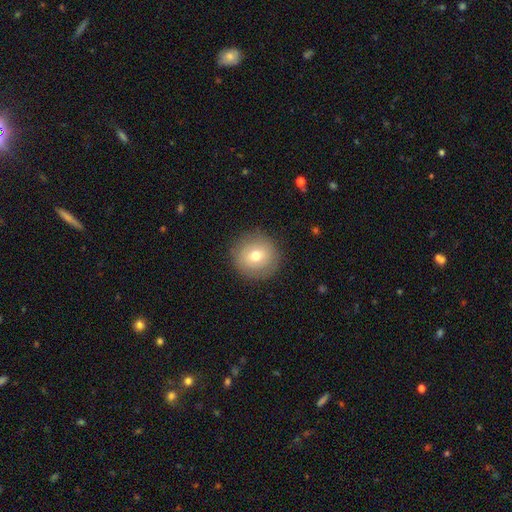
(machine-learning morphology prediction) This is likely a smooth galaxy (70%). How rounded: clearly round (93%). Merging: clearly none (87%).